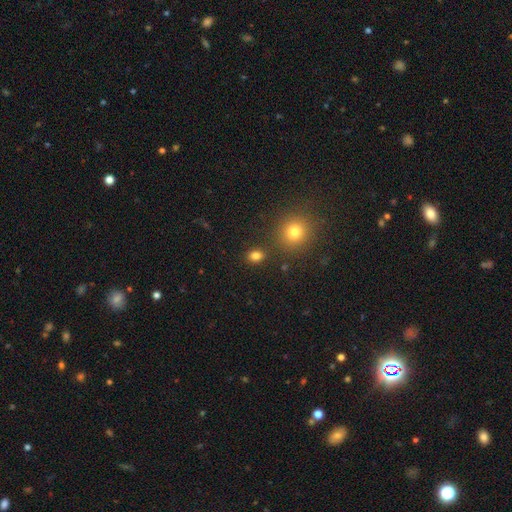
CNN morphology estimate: This is clearly a smooth galaxy (81%). How rounded: possibly in between (54%). Merging: clearly none (83%).